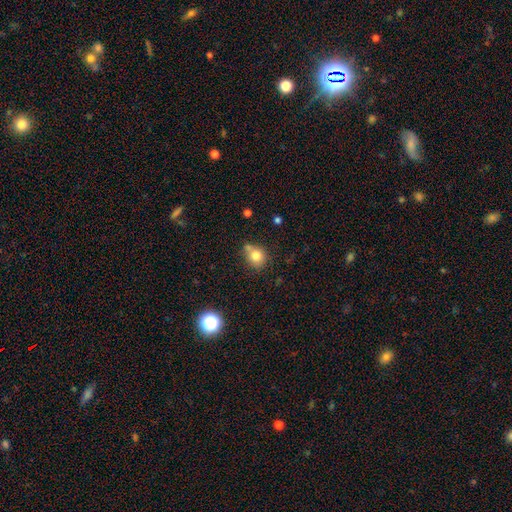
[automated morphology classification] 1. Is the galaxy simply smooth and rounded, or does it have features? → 79% smooth, 12% star or artifact, 10% featured or disk.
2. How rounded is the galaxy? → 80% round, 19% in between, 1% cigar-shaped.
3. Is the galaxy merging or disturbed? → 60% none, 19% merger, 17% minor disturbance, 5% major disturbance.